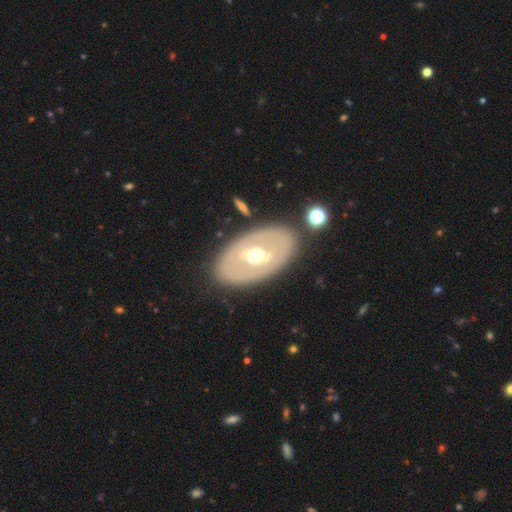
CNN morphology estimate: This is likely a featured or disk galaxy (63%). It is clearly not viewed edge-on (89%). Bar: possibly no (47%). Spiral arm pattern: clearly no (84%). Central bulge: likely moderate (77%). Merging: clearly none (82%).